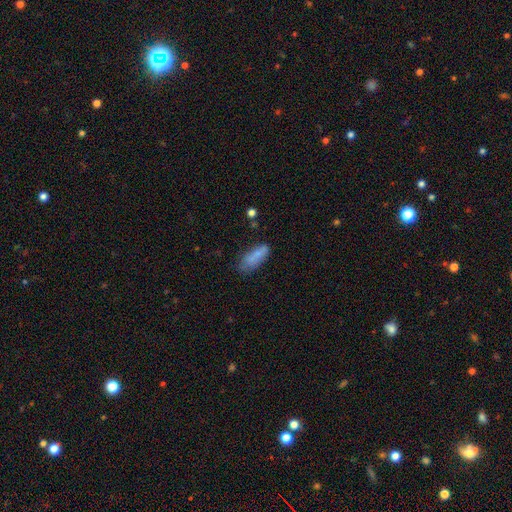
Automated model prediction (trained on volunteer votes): Q: Smooth or featured?
A: smooth (72%); runner-up: featured or disk (19%)
Q: How rounded?
A: in between (75%); runner-up: cigar-shaped (22%)
Q: Merging?
A: none (50%); runner-up: minor disturbance (24%)